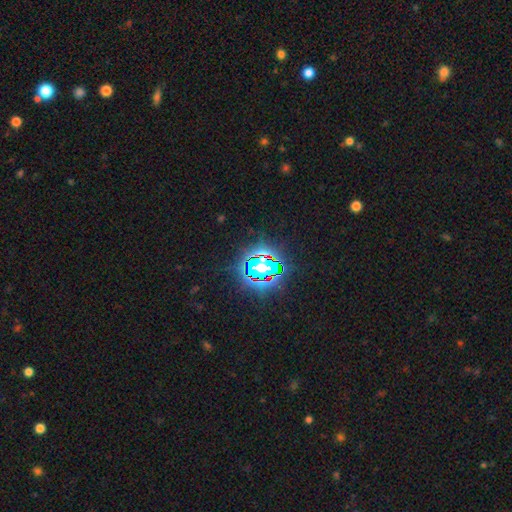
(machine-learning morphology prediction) smooth_or_featured: star or artifact (p=0.80) [alt: smooth p=0.12]